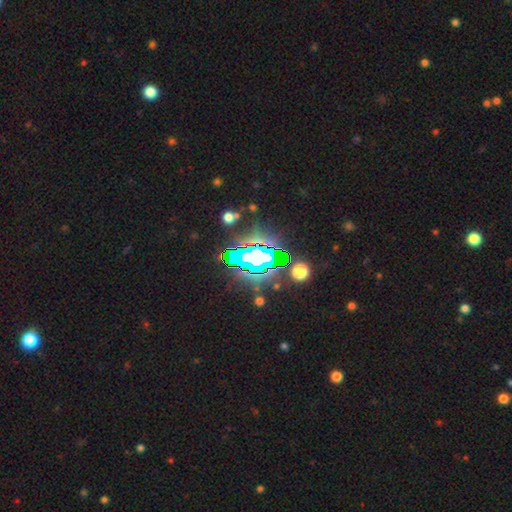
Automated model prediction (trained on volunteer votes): Smooth or featured: star or artifact — 71% (smooth — 15%)